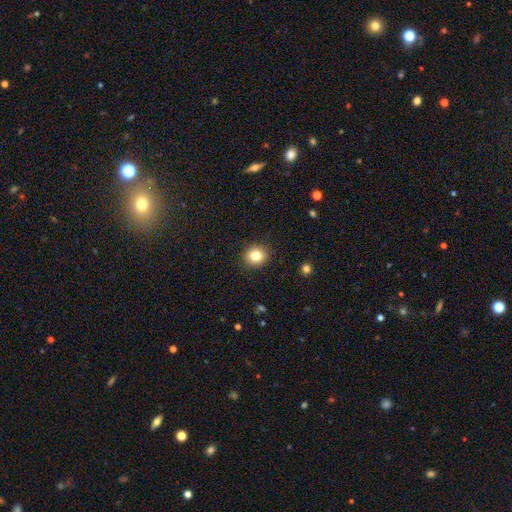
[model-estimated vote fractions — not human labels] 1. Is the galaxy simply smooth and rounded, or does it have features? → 81% smooth, 11% star or artifact, 8% featured or disk.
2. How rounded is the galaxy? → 76% round, 24% in between, 1% cigar-shaped.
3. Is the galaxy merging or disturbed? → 90% none, 7% minor disturbance, 2% major disturbance, 1% merger.